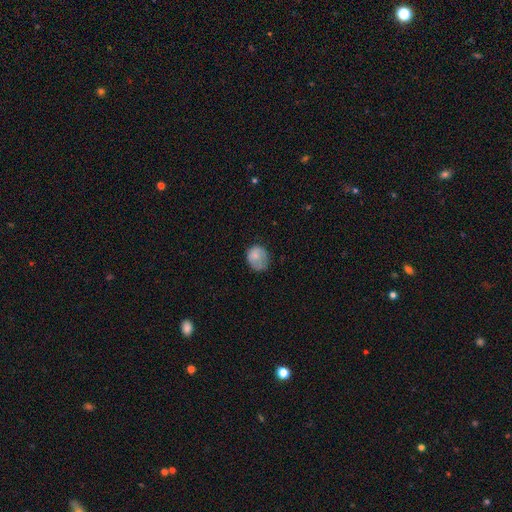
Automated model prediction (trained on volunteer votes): Smooth or featured? smooth (74%)
How rounded? round (65%)
Merging? none (54%)